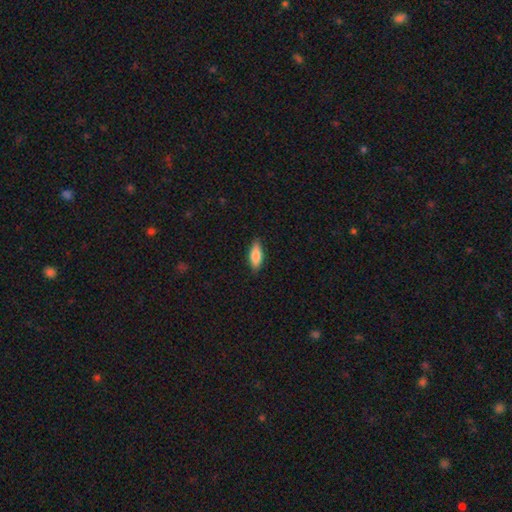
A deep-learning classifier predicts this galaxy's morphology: A smooth galaxy with no disk features (82%) that is in between round and cigar-shaped (72%). Merging: none (85%).